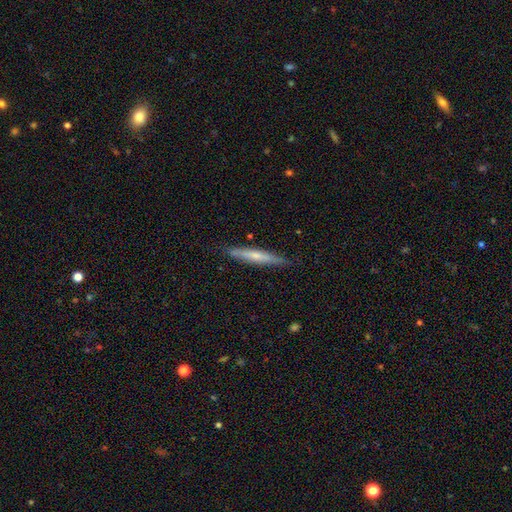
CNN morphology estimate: Overall: smooth (48%; featured or disk 46%). Merging: none (85%).